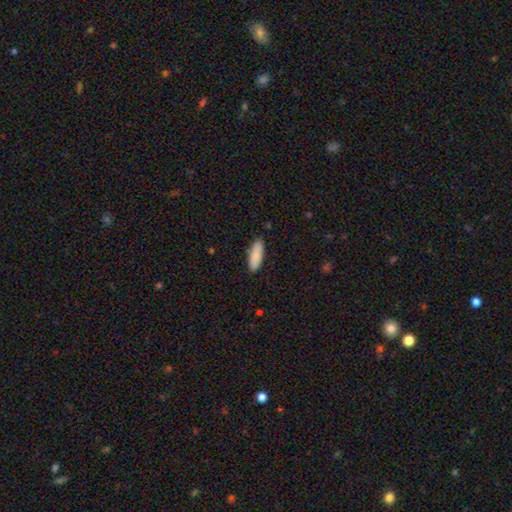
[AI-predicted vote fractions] A smooth galaxy with no disk features (88%) that is in between round and cigar-shaped (51%). Merging: none (89%).